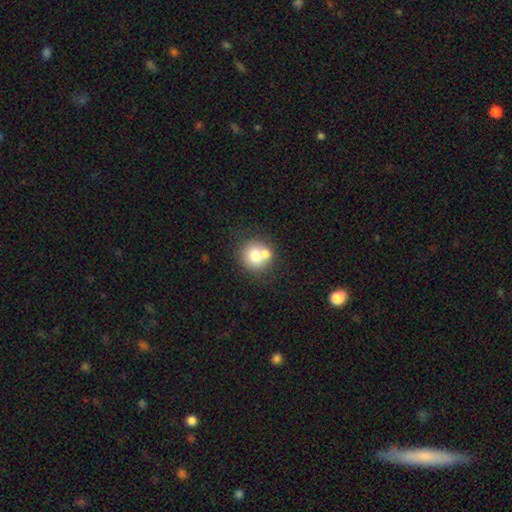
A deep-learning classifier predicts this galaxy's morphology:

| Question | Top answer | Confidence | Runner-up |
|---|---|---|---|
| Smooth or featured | smooth | 71% | featured or disk (19%) |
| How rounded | round | 88% | in between (11%) |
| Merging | none | 51% | merger (36%) |